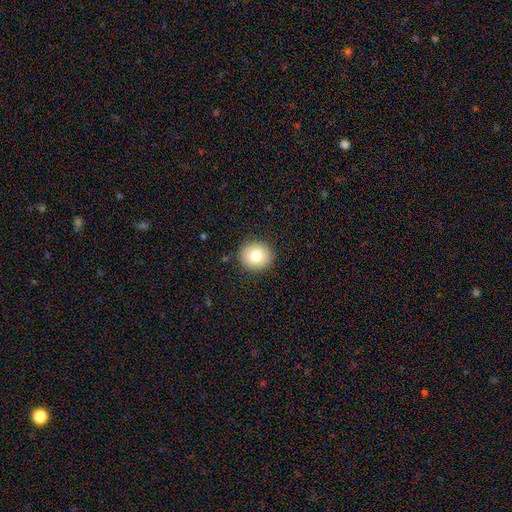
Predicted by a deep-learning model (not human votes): smooth 77%, featured or disk 13%, star or artifact 10%. Down the decision tree: how rounded — round (83%); merging — none (90%).